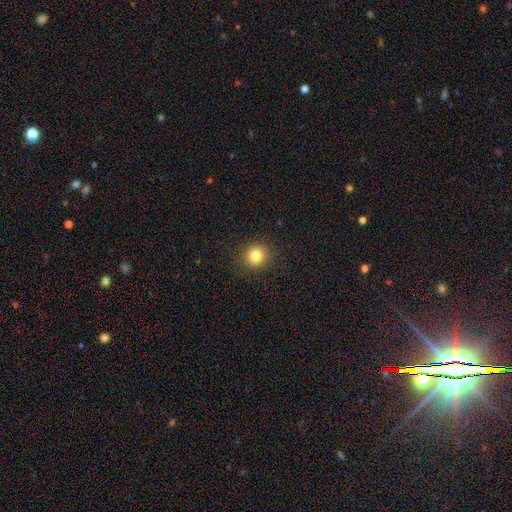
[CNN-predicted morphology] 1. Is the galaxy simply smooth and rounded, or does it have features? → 81% smooth, 13% star or artifact, 6% featured or disk.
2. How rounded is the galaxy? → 87% round, 12% in between, 1% cigar-shaped.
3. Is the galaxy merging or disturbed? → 90% none, 7% minor disturbance, 3% major disturbance, 1% merger.